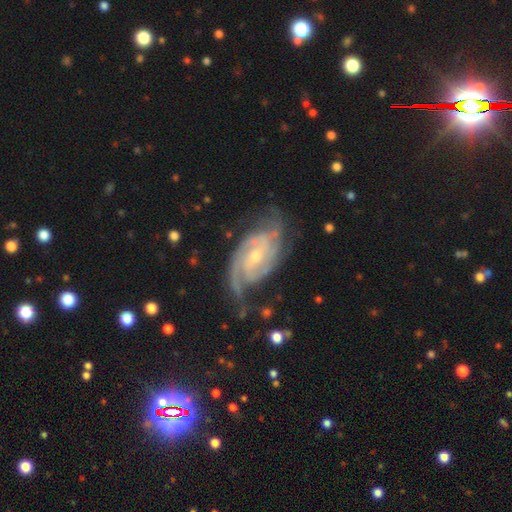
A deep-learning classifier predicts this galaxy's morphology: featured or disk 90%, smooth 5%, star or artifact 5%. Down the decision tree: edge-on disk — no (96%); bar — no (49%); spiral arms — yes (98%); spiral arm count — 2 (35%); spiral winding — tight (54%); bulge size — small (60%); merging — none (66%).